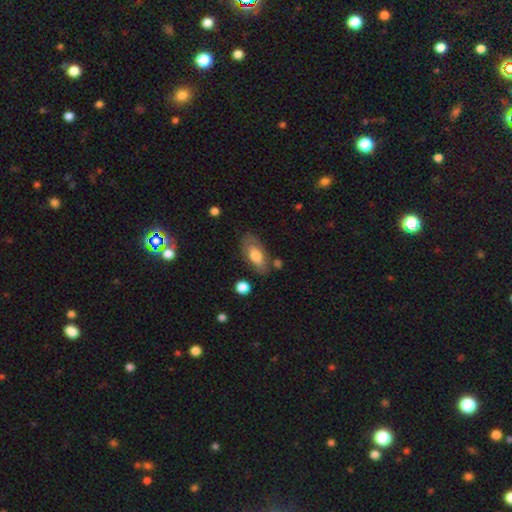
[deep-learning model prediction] Smooth or featured? smooth (66%)
How rounded? in between (87%)
Merging? none (71%)